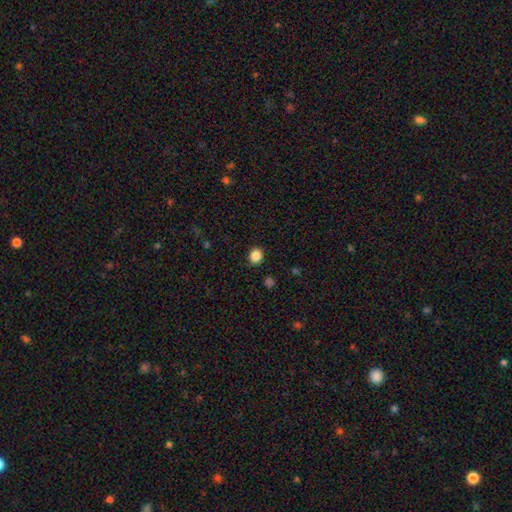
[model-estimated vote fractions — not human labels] Q: Smooth or featured?
A: smooth (86%); runner-up: star or artifact (11%)
Q: How rounded?
A: round (77%); runner-up: in between (22%)
Q: Merging?
A: none (90%); runner-up: minor disturbance (7%)